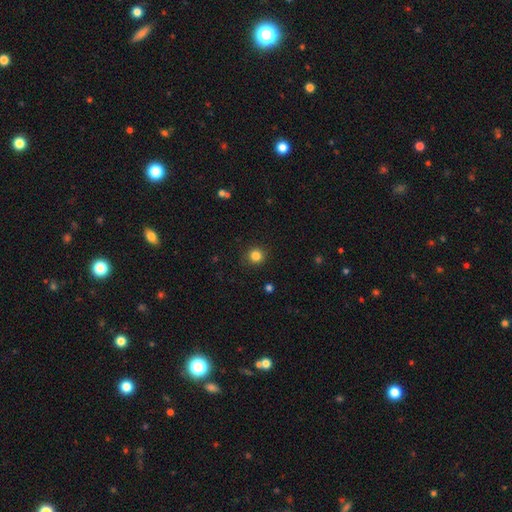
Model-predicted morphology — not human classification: Smooth or featured? Predicted: smooth (p=0.84). How rounded? Predicted: round (p=0.92). Merging? Predicted: none (p=0.91).